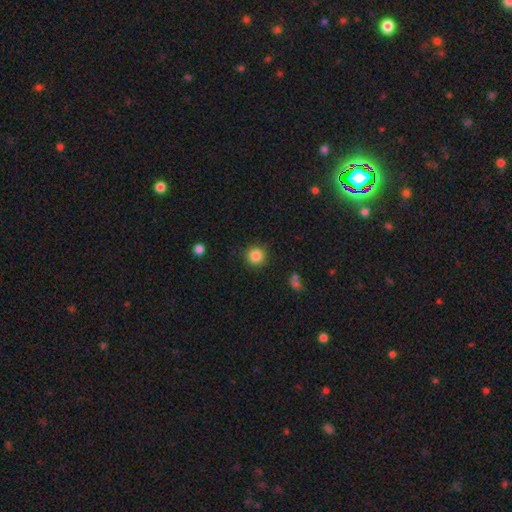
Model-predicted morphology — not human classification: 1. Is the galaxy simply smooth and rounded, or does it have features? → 85% smooth, 10% star or artifact, 4% featured or disk.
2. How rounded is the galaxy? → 94% round, 5% in between, 1% cigar-shaped.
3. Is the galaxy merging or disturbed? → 90% none, 6% minor disturbance, 2% major disturbance, 2% merger.